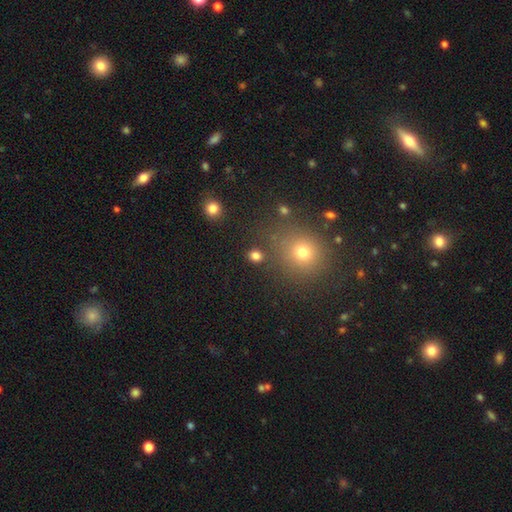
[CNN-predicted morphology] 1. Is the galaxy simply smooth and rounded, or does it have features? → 81% smooth, 14% star or artifact, 4% featured or disk.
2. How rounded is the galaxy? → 79% round, 20% in between, 1% cigar-shaped.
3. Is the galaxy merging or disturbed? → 84% none, 7% minor disturbance, 5% merger, 3% major disturbance.